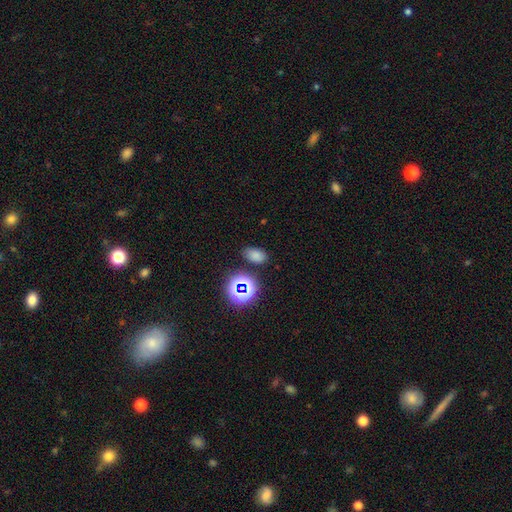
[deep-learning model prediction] Smooth or featured: smooth — 72% (star or artifact — 22%)
How rounded: in between — 85% (round — 14%)
Merging: none — 79% (minor disturbance — 13%)